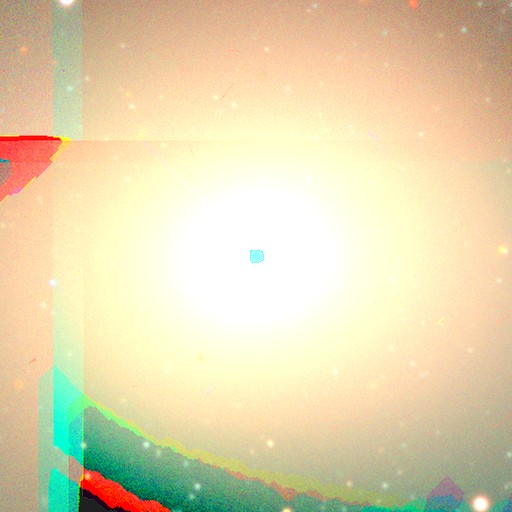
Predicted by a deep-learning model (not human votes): Smooth or featured? star or artifact (55%)